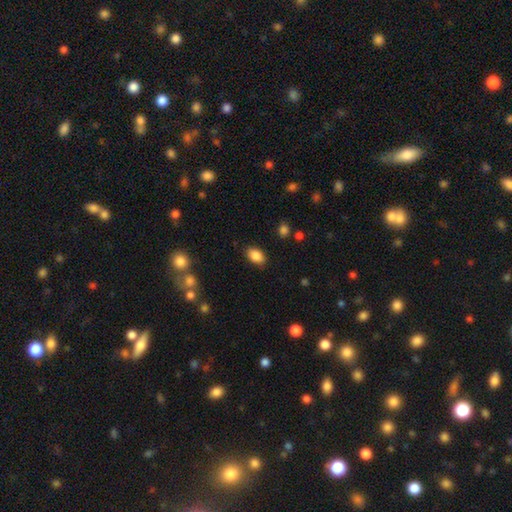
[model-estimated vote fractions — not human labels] Smooth or featured?
  - smooth: 87% *
  - star or artifact: 8%
  - featured or disk: 5%
How rounded?
  - in between: 89% *
  - round: 9%
  - cigar-shaped: 1%
Merging?
  - none: 86% *
  - minor disturbance: 10%
  - major disturbance: 3%
  - merger: 2%